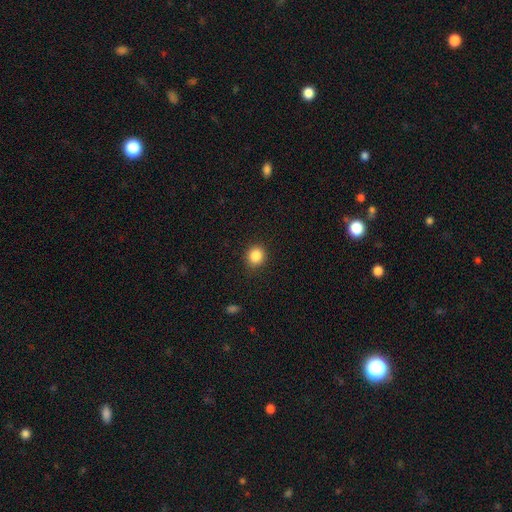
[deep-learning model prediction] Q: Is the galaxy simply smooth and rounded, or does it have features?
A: smooth — 86%.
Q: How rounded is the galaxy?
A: round — 81%.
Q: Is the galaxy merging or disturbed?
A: none — 87%.